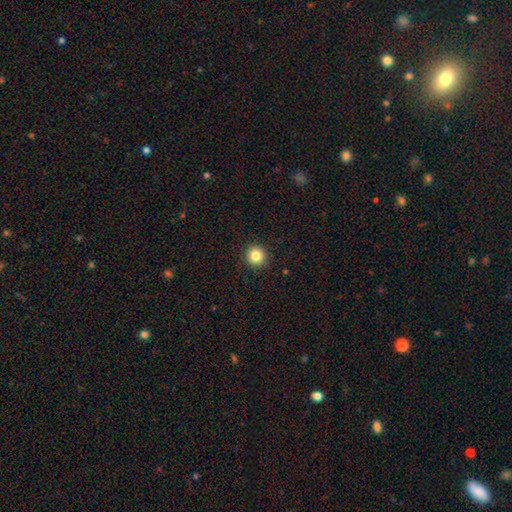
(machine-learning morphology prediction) This is clearly a smooth galaxy (84%). How rounded: clearly round (93%). Merging: clearly none (92%).